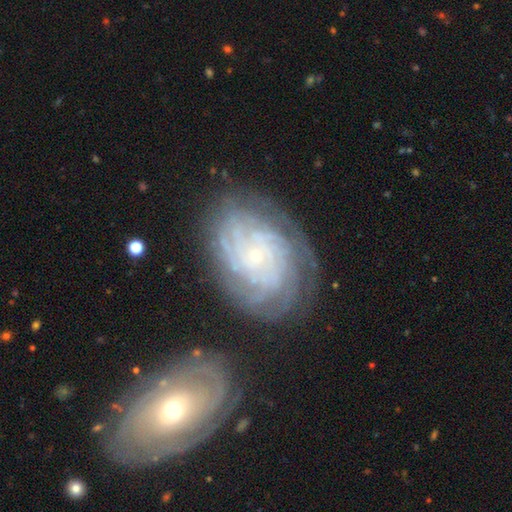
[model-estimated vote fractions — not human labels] Q: Smooth or featured?
A: featured or disk (85%); runner-up: smooth (8%)
Q: Edge-on disk?
A: no (96%); runner-up: yes (4%)
Q: Bar?
A: no (79%); runner-up: weak (16%)
Q: Spiral arms?
A: yes (96%); runner-up: no (4%)
Q: Spiral winding?
A: tight (80%); runner-up: medium (16%)
Q: Spiral arm count?
A: can't tell (26%); tied with: more than 4 (26%)
Q: Bulge size?
A: small (87%); runner-up: moderate (8%)
Q: Merging?
A: none (74%); runner-up: minor disturbance (15%)